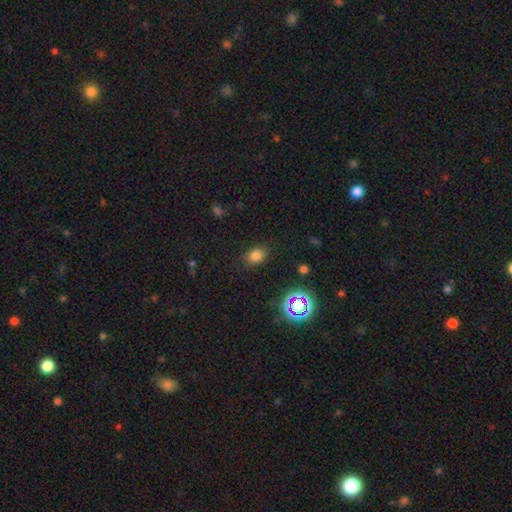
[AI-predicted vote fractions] Smooth or featured?
  - smooth: 75% *
  - star or artifact: 19%
  - featured or disk: 7%
How rounded?
  - in between: 60% *
  - round: 39%
  - cigar-shaped: 1%
Merging?
  - none: 82% *
  - minor disturbance: 13%
  - major disturbance: 4%
  - merger: 1%